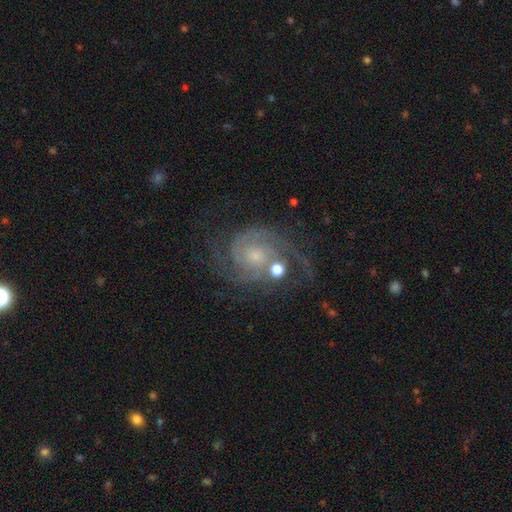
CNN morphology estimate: This appears to be a featured or disk galaxy (89%) with no bar (72%), 2 (66%) tight (60%) spiral arms (98%) and a small central bulge (61%). Merging: none (62%).